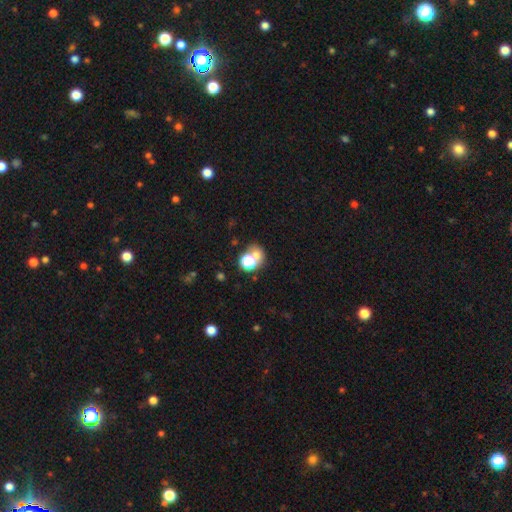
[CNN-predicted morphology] Smooth or featured?
  - smooth: 57% *
  - star or artifact: 31%
  - featured or disk: 12%
How rounded?
  - round: 72% *
  - in between: 27%
  - cigar-shaped: 1%
Merging?
  - none: 48% *
  - merger: 37%
  - minor disturbance: 9%
  - major disturbance: 7%